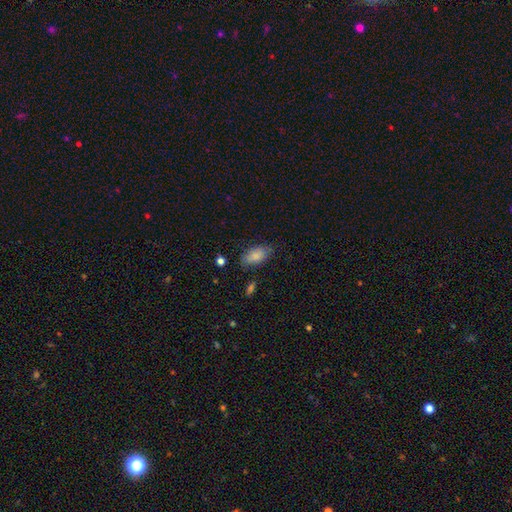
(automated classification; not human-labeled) Q: Smooth or featured?
A: smooth (84%); runner-up: featured or disk (9%)
Q: How rounded?
A: in between (92%); runner-up: cigar-shaped (4%)
Q: Merging?
A: none (75%); runner-up: minor disturbance (19%)